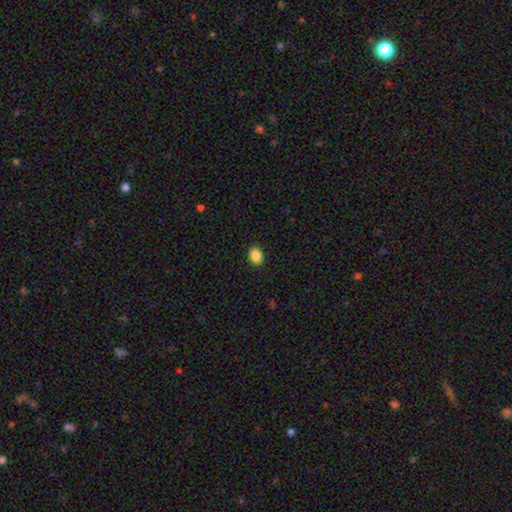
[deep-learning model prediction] A smooth galaxy with no disk features (88%) that is in between round and cigar-shaped (66%).

Vote fractions:
- Smooth or featured? smooth: 88% / star or artifact: 9% / featured or disk: 3%
- How rounded? in between: 66% / round: 33% / cigar-shaped: 1%
- Merging? none: 90% / minor disturbance: 7% / major disturbance: 2% / merger: 1%